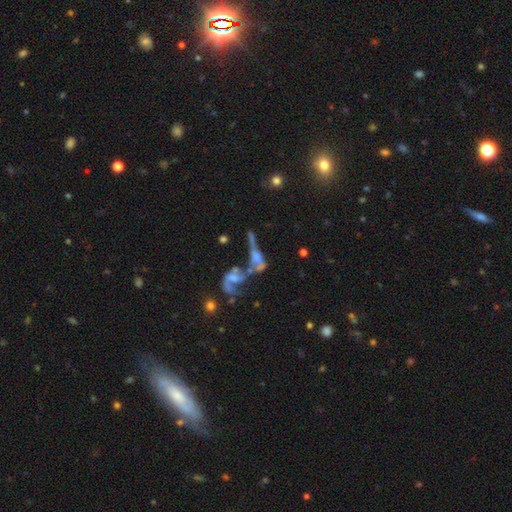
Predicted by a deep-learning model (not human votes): This is likely a featured or disk galaxy (61%). It is likely not viewed edge-on (80%). Merging: possibly merger (57%).